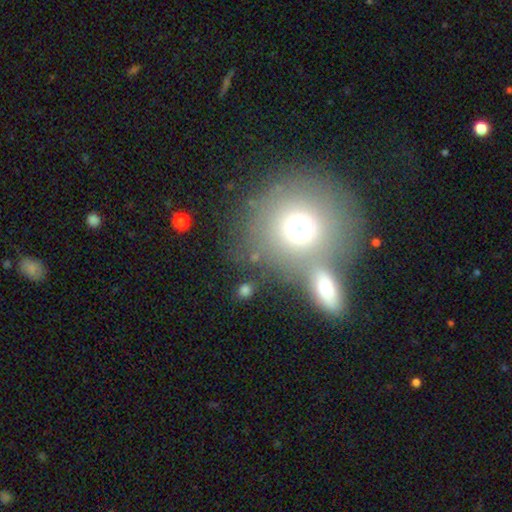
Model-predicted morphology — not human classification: Q: Smooth or featured?
A: smooth (60%); runner-up: star or artifact (24%)
Q: How rounded?
A: round (79%); runner-up: in between (19%)
Q: Merging?
A: none (53%); runner-up: merger (30%)